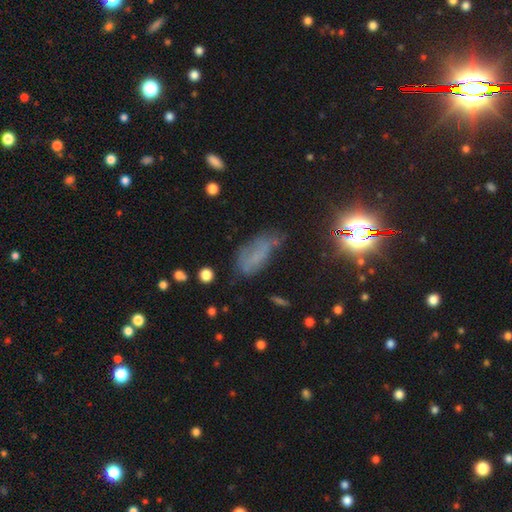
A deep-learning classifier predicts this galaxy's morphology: type=smooth (50%); roundness=in between (81%); merging=none (44%).